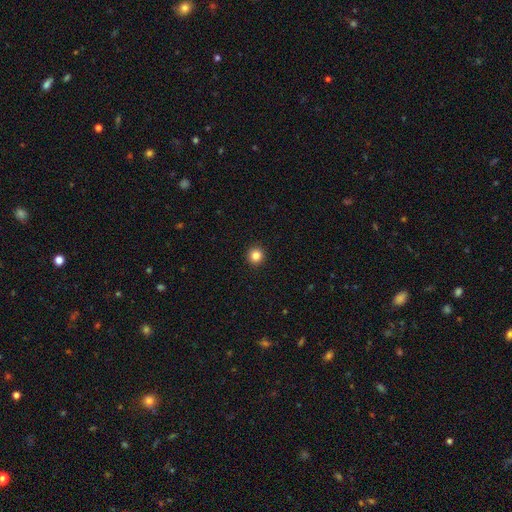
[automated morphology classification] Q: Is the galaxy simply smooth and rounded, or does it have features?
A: smooth — 84%.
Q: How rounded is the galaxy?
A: round — 95%.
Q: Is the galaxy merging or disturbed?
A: none — 94%.